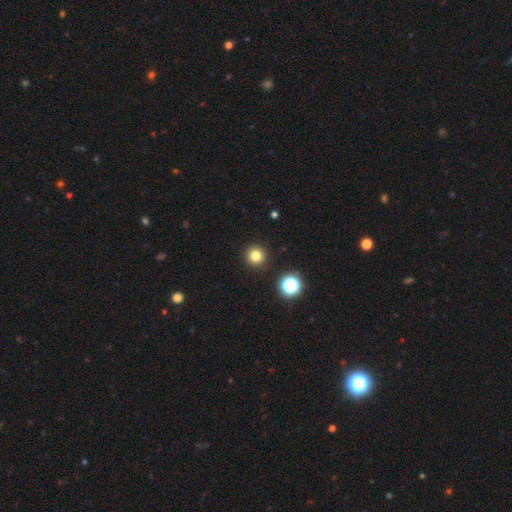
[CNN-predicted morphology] A smooth galaxy with no disk features (80%) that is round (96%).

Vote fractions:
- Smooth or featured? smooth: 80% / star or artifact: 15% / featured or disk: 6%
- How rounded? round: 96% / in between: 3% / cigar-shaped: 1%
- Merging? none: 92% / minor disturbance: 4% / major disturbance: 2% / merger: 2%